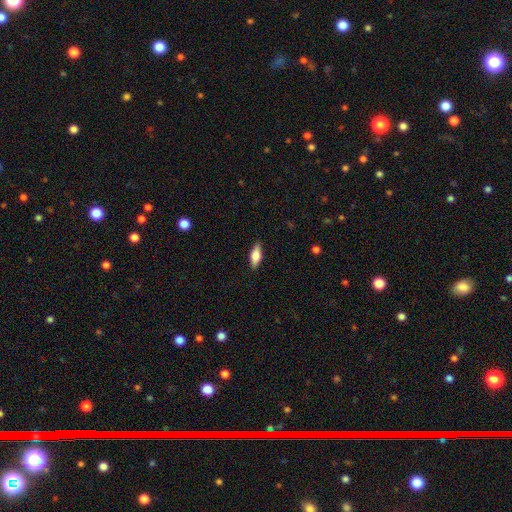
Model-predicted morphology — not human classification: Q: Smooth or featured?
A: smooth (69%); runner-up: featured or disk (24%)
Q: How rounded?
A: in between (75%); runner-up: cigar-shaped (22%)
Q: Merging?
A: none (87%); runner-up: minor disturbance (10%)